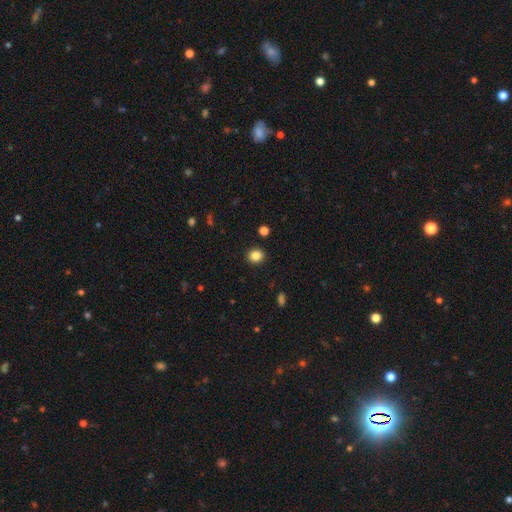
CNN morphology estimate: A smooth galaxy with no disk features (85%) that is round (76%).

Vote fractions:
- Smooth or featured? smooth: 85% / star or artifact: 11% / featured or disk: 5%
- How rounded? round: 76% / in between: 23% / cigar-shaped: 1%
- Merging? none: 91% / minor disturbance: 6% / major disturbance: 2% / merger: 2%